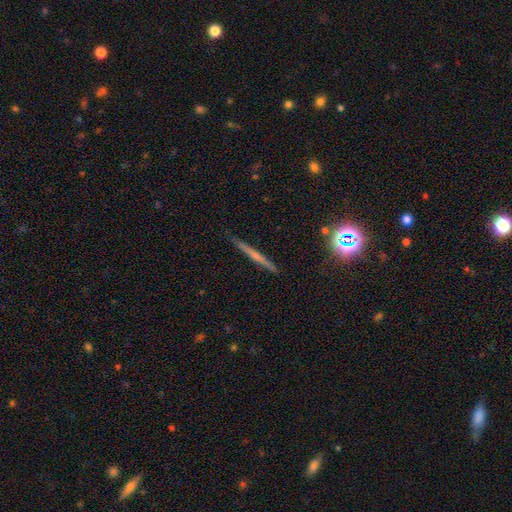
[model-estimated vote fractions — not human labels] featured or disk 52%, smooth 36%, star or artifact 12%. Down the decision tree: edge-on disk — yes (97%); edge-on bulge — none (60%); merging — none (89%).